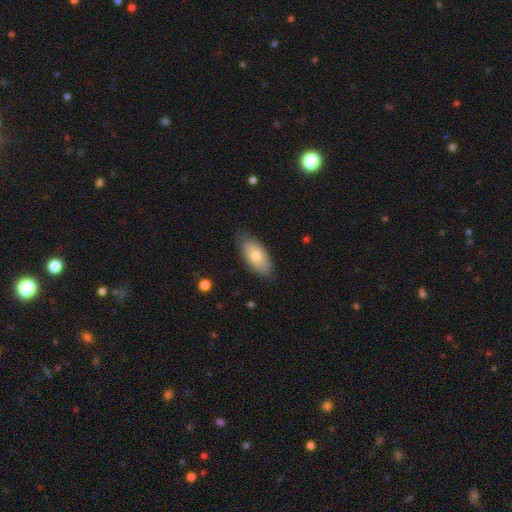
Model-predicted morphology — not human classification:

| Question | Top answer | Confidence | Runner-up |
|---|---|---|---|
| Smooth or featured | smooth | 73% | featured or disk (20%) |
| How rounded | in between | 92% | cigar-shaped (5%) |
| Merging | none | 78% | minor disturbance (18%) |